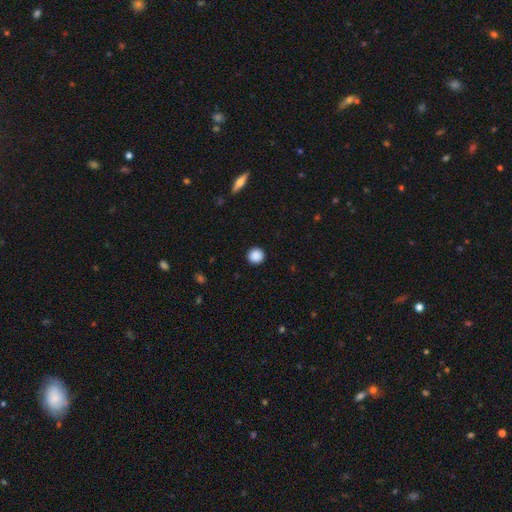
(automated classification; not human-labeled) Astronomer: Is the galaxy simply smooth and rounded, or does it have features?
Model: smooth — 89%.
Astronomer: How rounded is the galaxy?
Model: round — 95%.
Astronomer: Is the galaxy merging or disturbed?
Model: none — 92%.